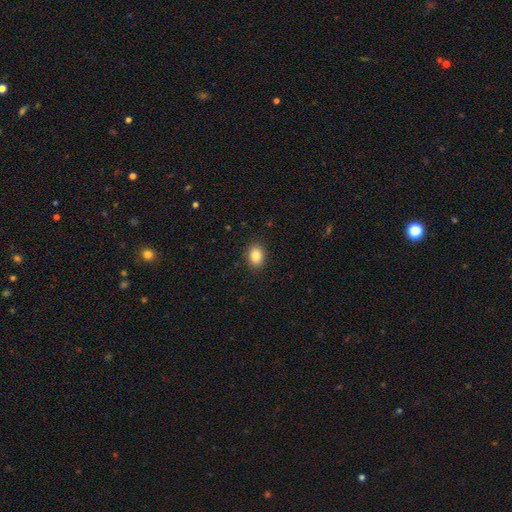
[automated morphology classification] This appears to be a smooth galaxy with no disk features (85%) that is in between round and cigar-shaped (73%). Merging: none (90%).